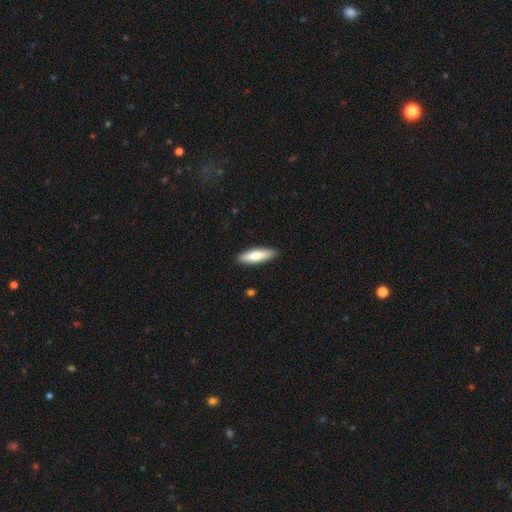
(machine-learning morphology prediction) smooth_or_featured: smooth (p=0.79) [alt: featured or disk p=0.16]
how_rounded: cigar-shaped (p=0.63) [alt: in between p=0.36]
merging: none (p=0.88) [alt: minor disturbance p=0.09]